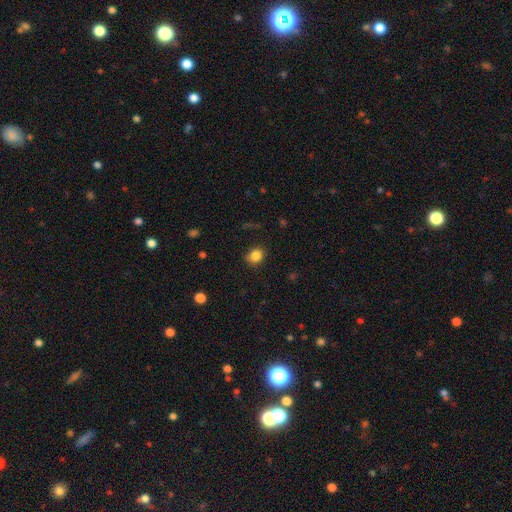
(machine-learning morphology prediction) smooth 84%, star or artifact 11%, featured or disk 5%. Down the decision tree: how rounded — round (73%); merging — none (82%).